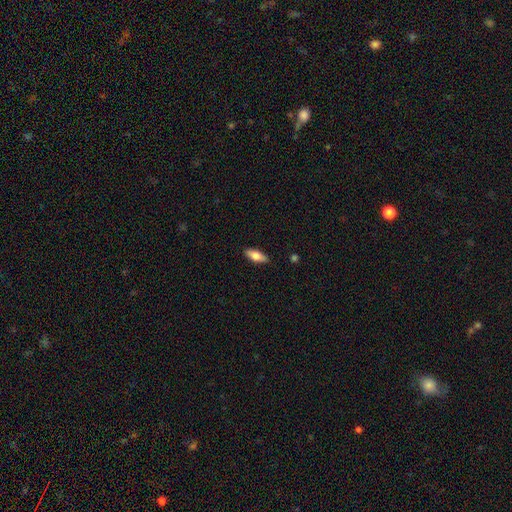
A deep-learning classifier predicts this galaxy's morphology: Smooth or featured?
  - smooth: 72% *
  - featured or disk: 22%
  - star or artifact: 6%
How rounded?
  - in between: 74% *
  - cigar-shaped: 24%
  - round: 2%
Merging?
  - none: 87% *
  - minor disturbance: 10%
  - major disturbance: 2%
  - merger: 1%